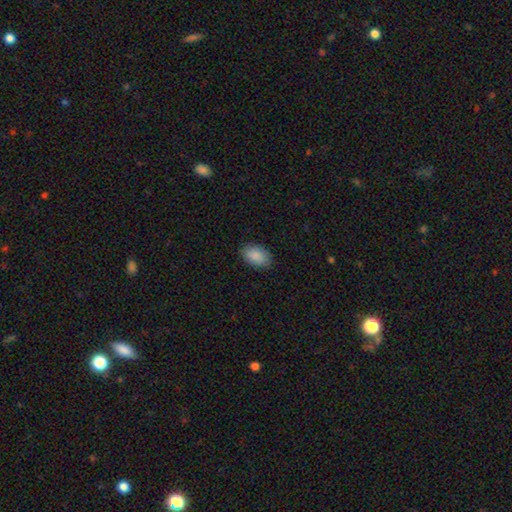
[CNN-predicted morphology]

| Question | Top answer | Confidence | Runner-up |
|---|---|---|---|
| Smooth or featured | smooth | 89% | star or artifact (6%) |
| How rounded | in between | 91% | round (8%) |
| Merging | none | 85% | minor disturbance (12%) |